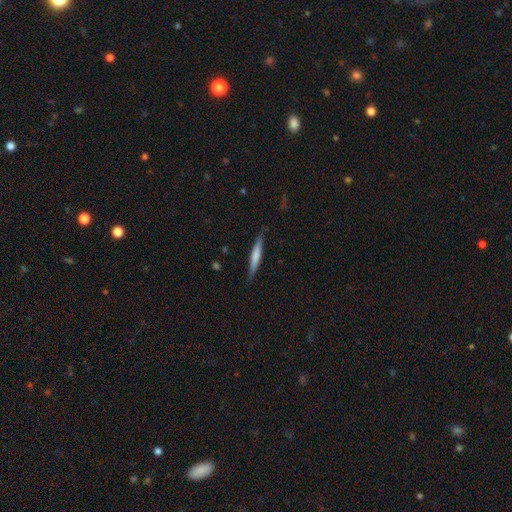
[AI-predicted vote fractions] Overall: smooth (57%; featured or disk 37%). How rounded: cigar-shaped (93%). Merging: none (83%).